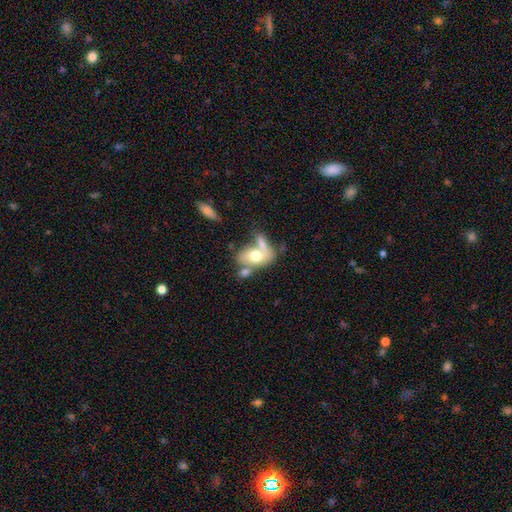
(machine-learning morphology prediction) Smooth or featured?
  - smooth: 62% *
  - featured or disk: 31%
  - star or artifact: 7%
How rounded?
  - in between: 84% *
  - round: 13%
  - cigar-shaped: 4%
Merging?
  - merger: 45% *
  - none: 29%
  - minor disturbance: 15%
  - major disturbance: 12%